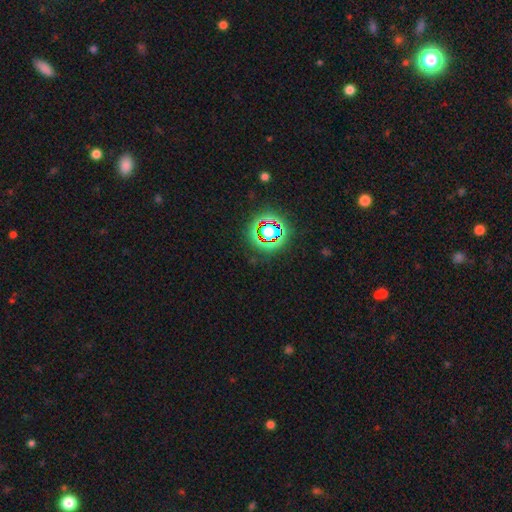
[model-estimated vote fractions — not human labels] Smooth or featured: star or artifact — 79% (smooth — 12%)